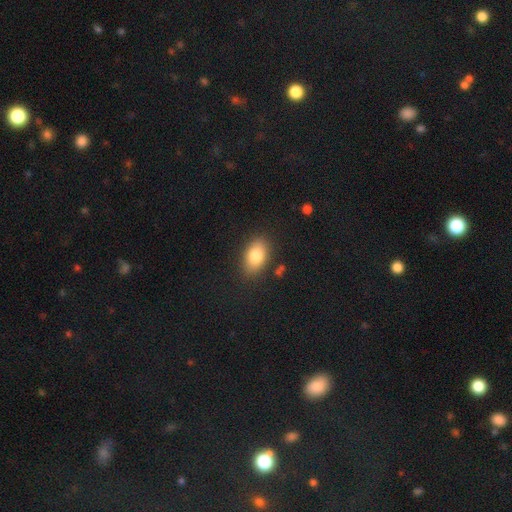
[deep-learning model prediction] The model was most divided on "smooth or featured": smooth: 82%, featured or disk: 10%, star or artifact: 8%. More confident: how rounded — in between (89%); merging — none (83%).